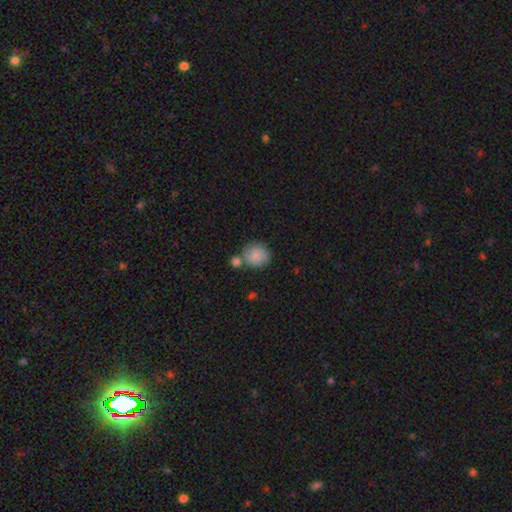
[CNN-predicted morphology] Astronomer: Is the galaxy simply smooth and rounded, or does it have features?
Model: smooth — 84%.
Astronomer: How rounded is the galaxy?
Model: round — 83%.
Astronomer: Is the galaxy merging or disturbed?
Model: none — 58%.